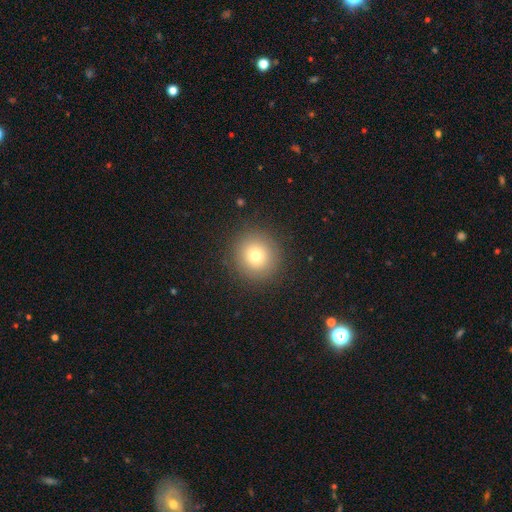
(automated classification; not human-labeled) A smooth galaxy with no disk features (74%) that is round (94%).

Vote fractions:
- Smooth or featured? smooth: 74% / star or artifact: 14% / featured or disk: 12%
- How rounded? round: 94% / in between: 5% / cigar-shaped: 1%
- Merging? none: 90% / minor disturbance: 6% / major disturbance: 3% / merger: 1%